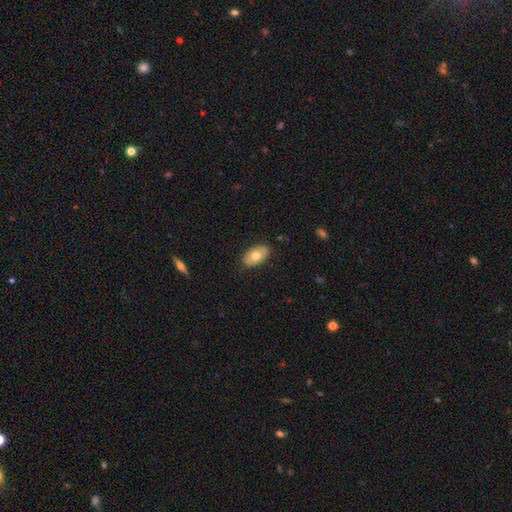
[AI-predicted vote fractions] Overall: smooth (72%). How rounded: in between (93%). Merging: none (85%).